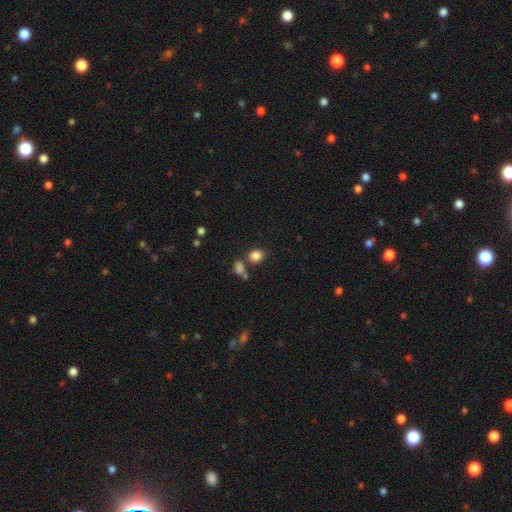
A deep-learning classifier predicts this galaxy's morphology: type=smooth (84%); roundness=round (61%); merging=none (69%).